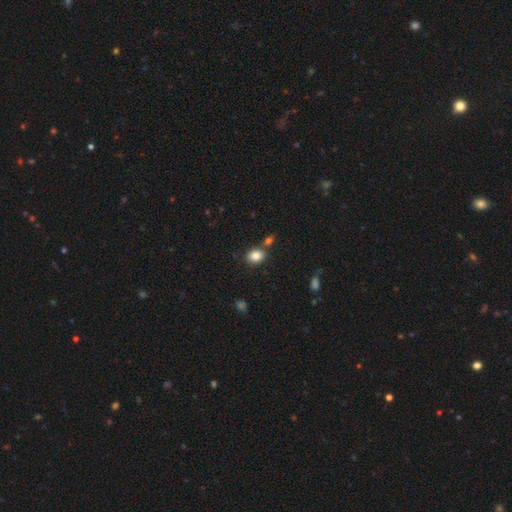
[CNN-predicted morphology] Smooth or featured? smooth (84%)
How rounded? in between (58%)
Merging? none (68%)